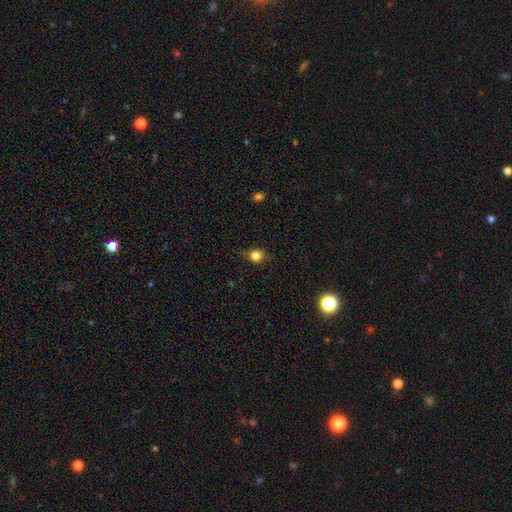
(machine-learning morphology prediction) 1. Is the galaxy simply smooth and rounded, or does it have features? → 79% smooth, 13% star or artifact, 8% featured or disk.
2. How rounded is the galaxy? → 84% round, 14% in between, 1% cigar-shaped.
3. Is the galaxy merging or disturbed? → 76% none, 18% minor disturbance, 5% major disturbance, 1% merger.